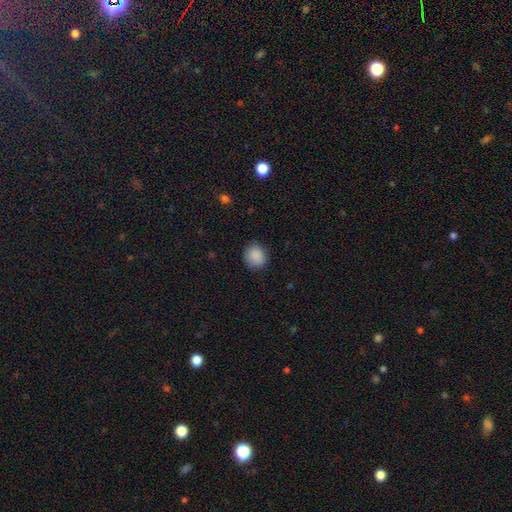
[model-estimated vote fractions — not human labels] This is clearly a smooth galaxy (89%). How rounded: clearly round (81%). Merging: clearly none (86%).